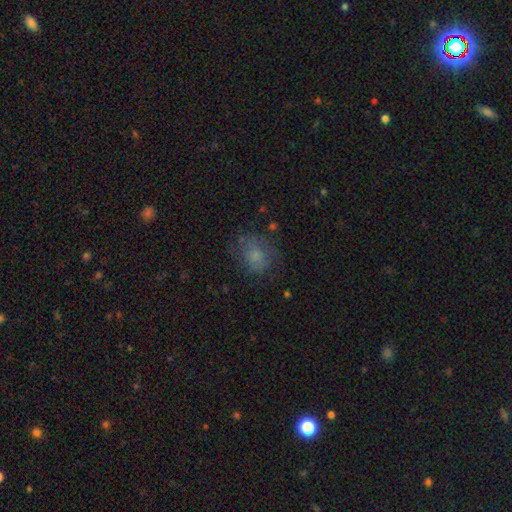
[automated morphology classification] Smooth or featured?
  - smooth: 72% *
  - featured or disk: 16%
  - star or artifact: 13%
How rounded?
  - round: 60% *
  - in between: 39%
  - cigar-shaped: 1%
Merging?
  - none: 64% *
  - minor disturbance: 22%
  - major disturbance: 13%
  - merger: 2%